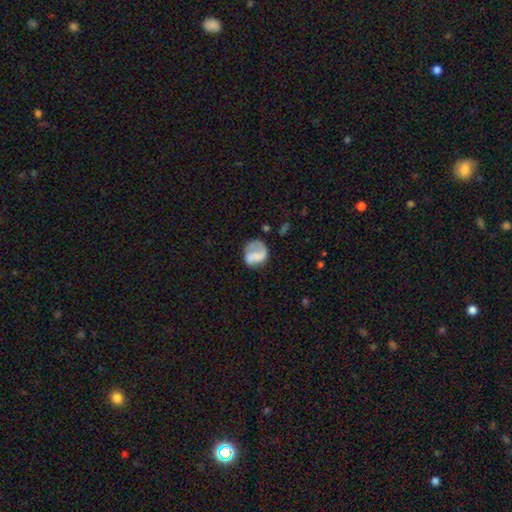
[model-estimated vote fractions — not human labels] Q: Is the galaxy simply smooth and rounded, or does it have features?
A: smooth — 57%.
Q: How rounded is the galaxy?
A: round — 66%.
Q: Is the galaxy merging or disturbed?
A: none — 43%.